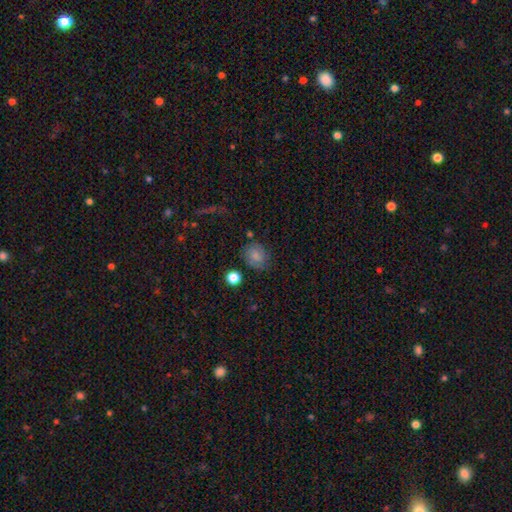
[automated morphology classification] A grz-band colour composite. It shows a smooth galaxy with no disk features (70%) that is round (61%). Merging: none (74%).